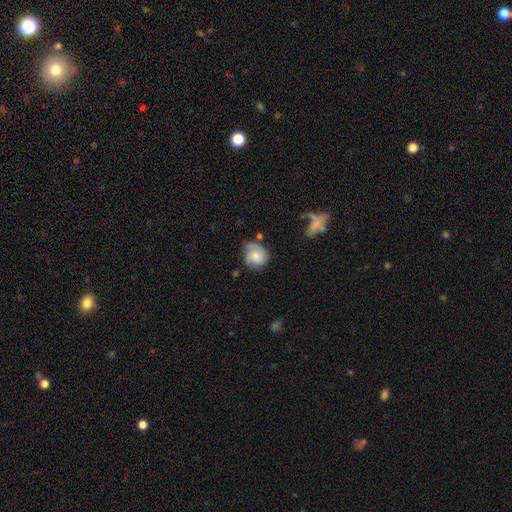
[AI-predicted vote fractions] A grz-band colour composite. It shows a smooth galaxy with no disk features (53%) that is round (76%). Merging: none (56%).